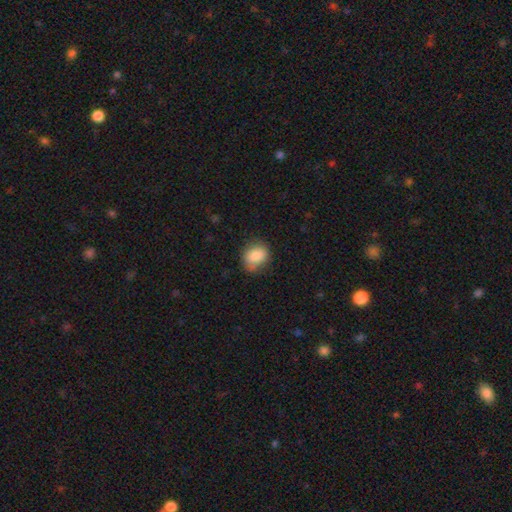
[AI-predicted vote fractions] The model was most divided on "how rounded": round: 56%, in between: 43%, cigar-shaped: 1%. More confident: smooth or featured — smooth (83%); merging — none (71%).